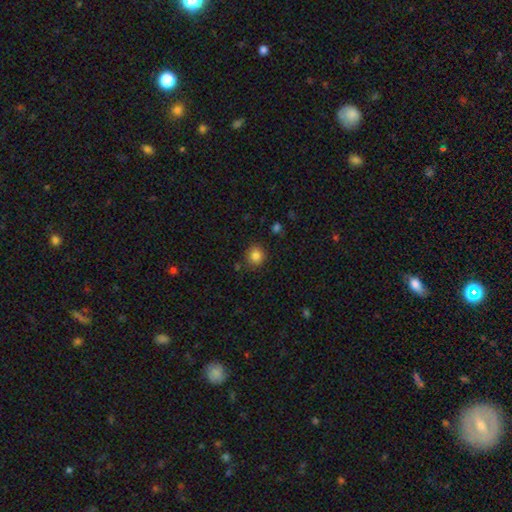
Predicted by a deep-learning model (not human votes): Smooth or featured? smooth (84%)
How rounded? round (89%)
Merging? none (86%)